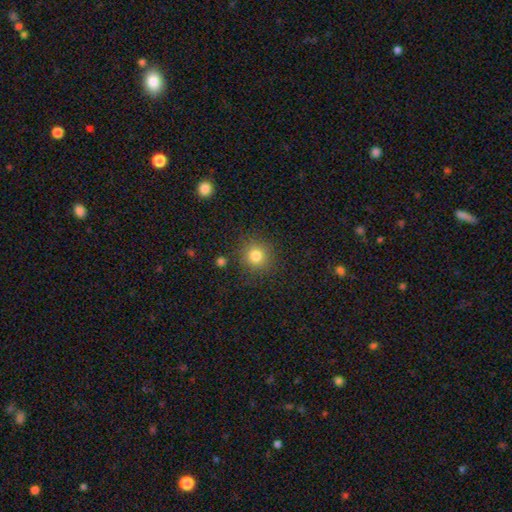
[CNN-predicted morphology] Smooth or featured: smooth — 82% (star or artifact — 12%)
How rounded: round — 90% (in between — 9%)
Merging: none — 85% (minor disturbance — 9%)